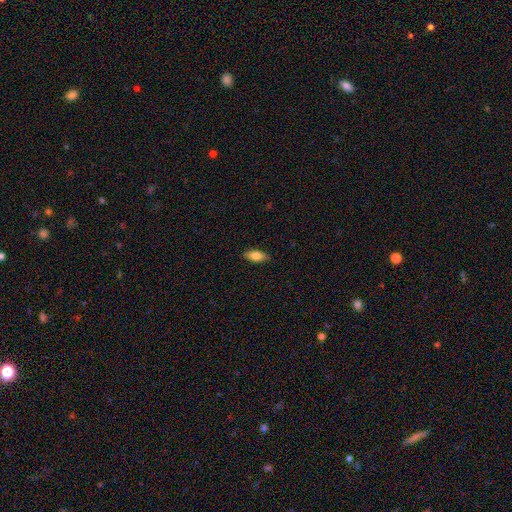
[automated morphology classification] A smooth galaxy with no disk features (80%) that is in between round and cigar-shaped (81%). Merging: none (88%).